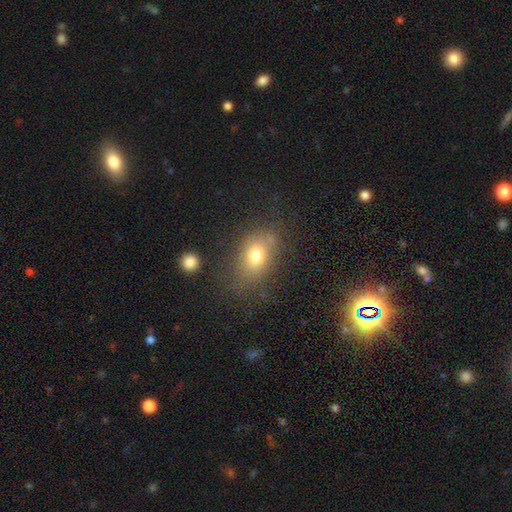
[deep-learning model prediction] Morphology: type=smooth (73%); roundness=in between (74%); merging=none (70%).